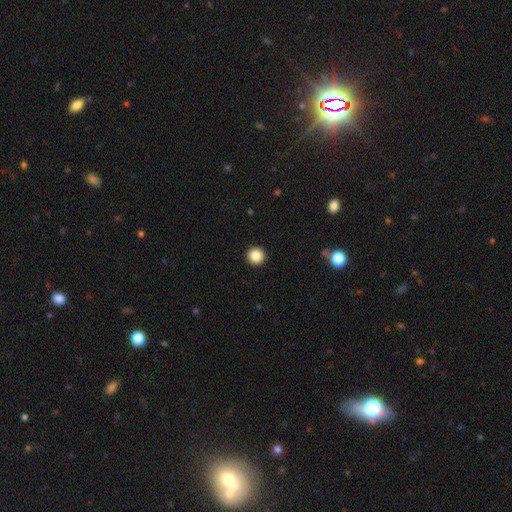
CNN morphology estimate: Smooth or featured? smooth (86%)
How rounded? round (96%)
Merging? none (94%)